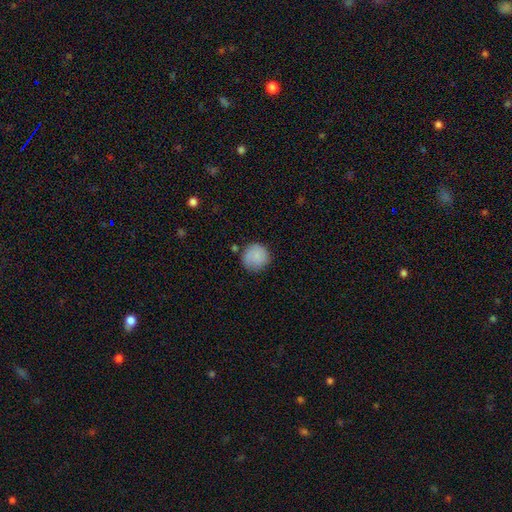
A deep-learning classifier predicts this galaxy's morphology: A smooth galaxy with no disk features (86%) that is round (93%). Merging: none (76%).